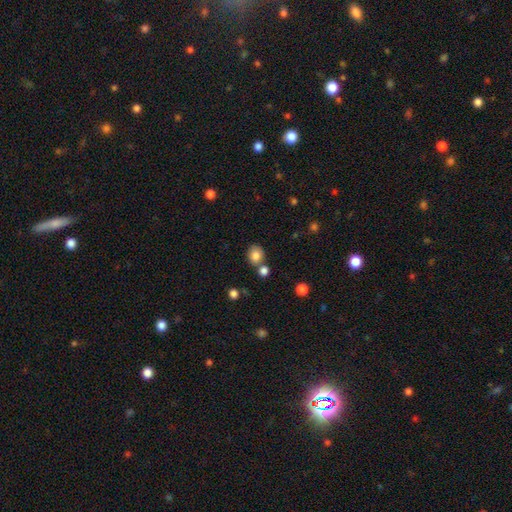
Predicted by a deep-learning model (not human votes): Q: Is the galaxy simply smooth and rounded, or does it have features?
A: smooth — 82%.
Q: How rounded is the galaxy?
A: round — 73%.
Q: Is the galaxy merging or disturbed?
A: none — 67%.